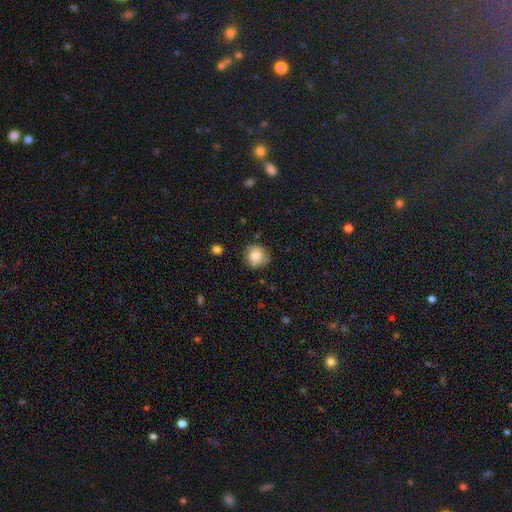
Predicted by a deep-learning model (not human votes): Smooth or featured?
  - smooth: 76% *
  - featured or disk: 15%
  - star or artifact: 9%
How rounded?
  - round: 86% *
  - in between: 13%
  - cigar-shaped: 1%
Merging?
  - none: 74% *
  - minor disturbance: 19%
  - major disturbance: 5%
  - merger: 2%